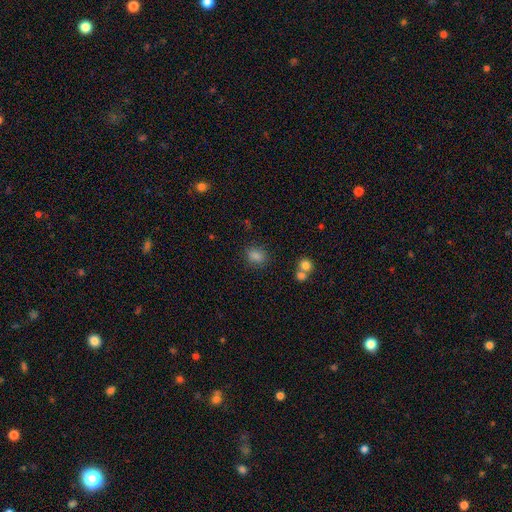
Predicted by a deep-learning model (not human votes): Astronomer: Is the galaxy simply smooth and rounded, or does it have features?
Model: smooth — 81%.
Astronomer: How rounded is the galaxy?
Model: in between — 53% (runner-up: round, 46%).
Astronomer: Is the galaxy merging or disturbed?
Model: none — 79%.